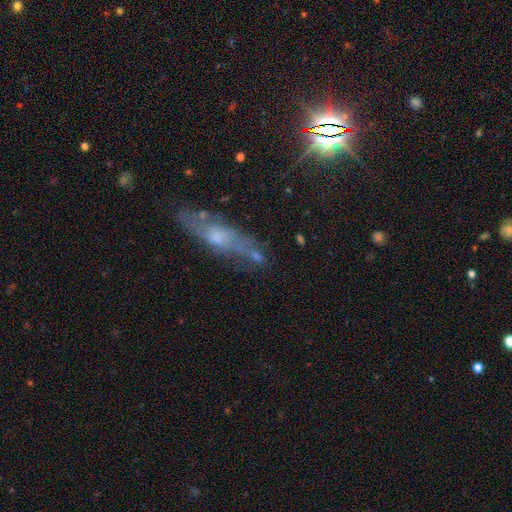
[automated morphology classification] The model was most divided on "smooth or featured": featured or disk: 46%, smooth: 39%, star or artifact: 16%. More confident: merging — none (57%).